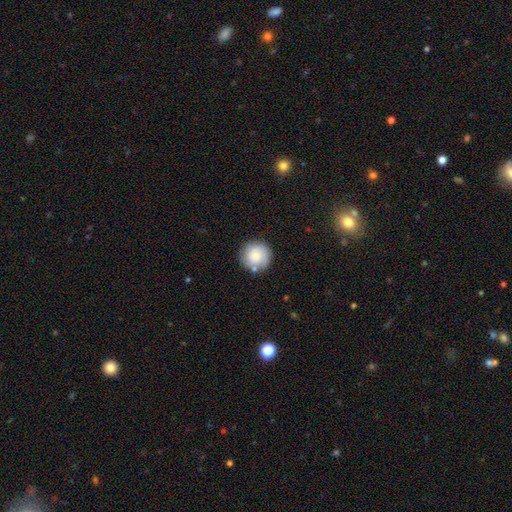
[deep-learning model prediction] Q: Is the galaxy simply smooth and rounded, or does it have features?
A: smooth — 77%.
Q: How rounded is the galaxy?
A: round — 94%.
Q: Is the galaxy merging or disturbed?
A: none — 78%.